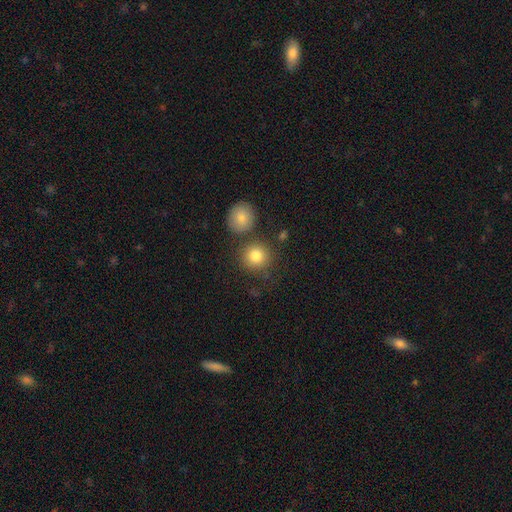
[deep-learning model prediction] Smooth or featured? smooth (83%)
How rounded? round (91%)
Merging? none (75%)